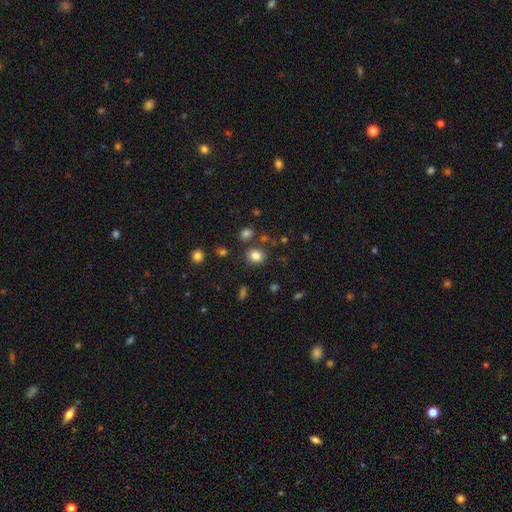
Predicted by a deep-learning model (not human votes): Smooth or featured?
  - smooth: 82% *
  - star or artifact: 12%
  - featured or disk: 5%
How rounded?
  - round: 73% *
  - in between: 26%
  - cigar-shaped: 1%
Merging?
  - none: 81% *
  - minor disturbance: 9%
  - merger: 6%
  - major disturbance: 3%